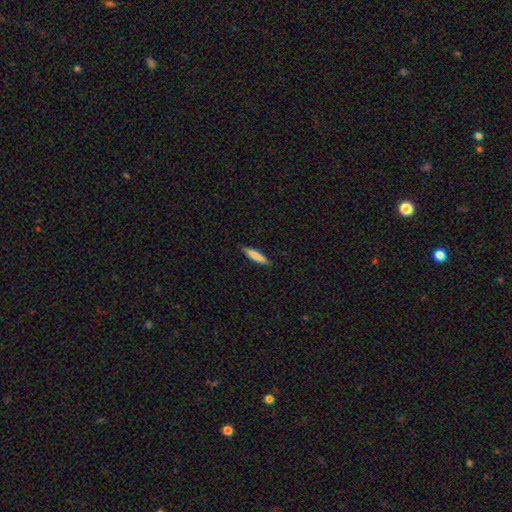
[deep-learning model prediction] smooth-or-featured: smooth: 82% | featured or disk: 12% | star or artifact: 6%
  how-rounded: cigar-shaped: 83% | in between: 16% | round: 1%
  merging: none: 89% | minor disturbance: 8% | major disturbance: 2% | merger: 1%